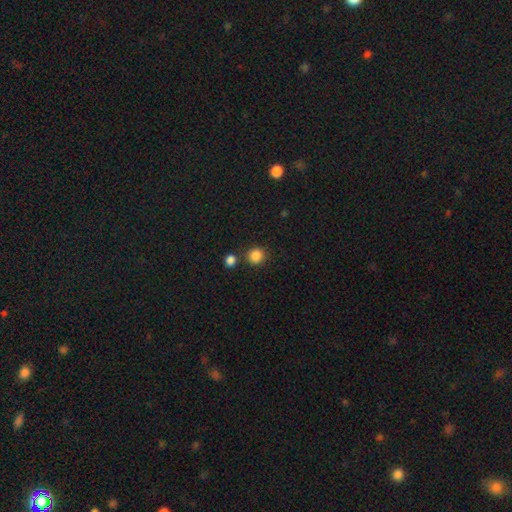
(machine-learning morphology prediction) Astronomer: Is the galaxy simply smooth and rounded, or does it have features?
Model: smooth — 86%.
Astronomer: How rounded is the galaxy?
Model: round — 89%.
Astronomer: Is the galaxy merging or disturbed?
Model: none — 79%.